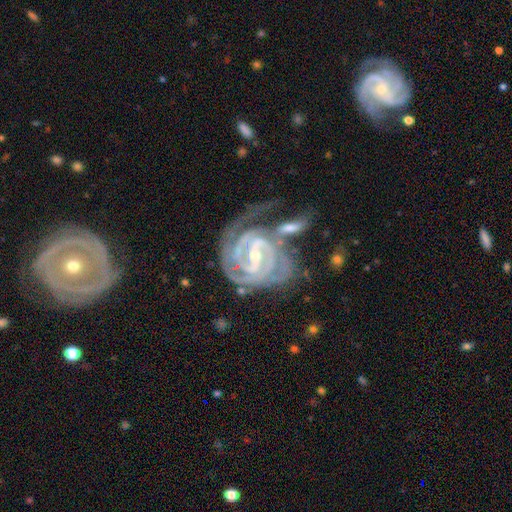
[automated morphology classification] A featured or disk galaxy (92%) with a strong bar (54%), 2 (39%) tight (75%) spiral arms (98%) and a small central bulge (67%).

Vote fractions:
- Smooth or featured? featured or disk: 92% / star or artifact: 4% / smooth: 3%
- Edge-on disk? no: 97% / yes: 3%
- Bar? strong: 54% / weak: 36% / no: 10%
- Spiral arms? yes: 98% / no: 2%
- Spiral winding? tight: 75% / medium: 21% / loose: 3%
- Spiral arm count? 2: 39% / 3: 25% / can't tell: 14% / 4: 11% / more than 4: 5% / 1: 5%
- Bulge size? small: 67% / moderate: 28% / none: 2% / large: 1% / dominant: 1%
- Merging? none: 40% / merger: 23% / minor disturbance: 20% / major disturbance: 17%